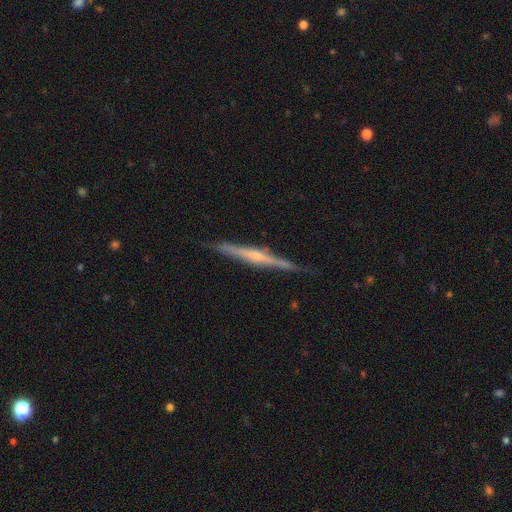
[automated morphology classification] This appears to be a featured or disk galaxy (75%) viewed edge-on (98%) with a rounded central bulge (63%). Merging: none (87%).